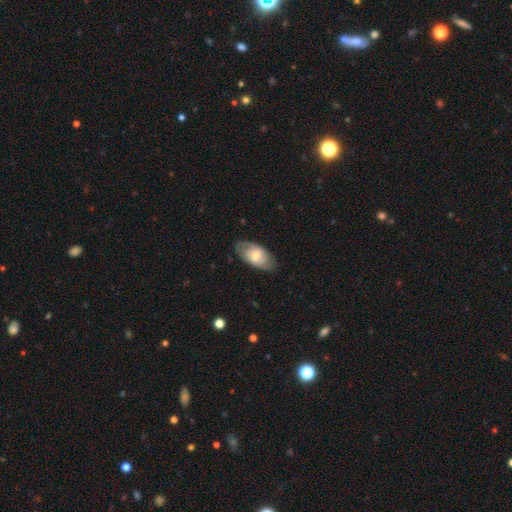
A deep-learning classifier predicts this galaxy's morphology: Smooth or featured?
  - smooth: 53% *
  - featured or disk: 41%
  - star or artifact: 6%
How rounded?
  - in between: 92% *
  - round: 5%
  - cigar-shaped: 3%
Merging?
  - none: 77% *
  - minor disturbance: 18%
  - major disturbance: 5%
  - merger: 1%